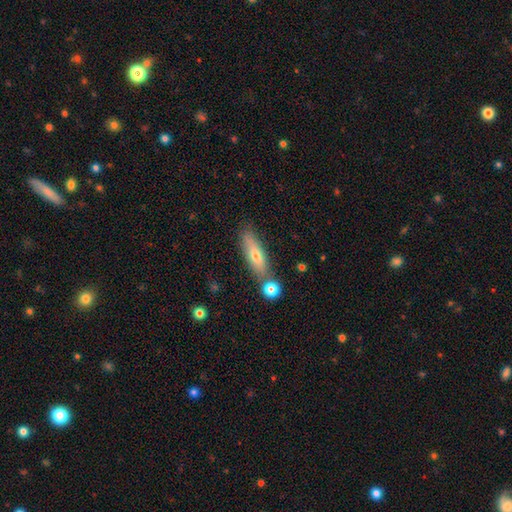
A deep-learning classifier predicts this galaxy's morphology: A smooth galaxy with no disk features (61%) that is cigar-shaped (65%). Merging: none (69%).